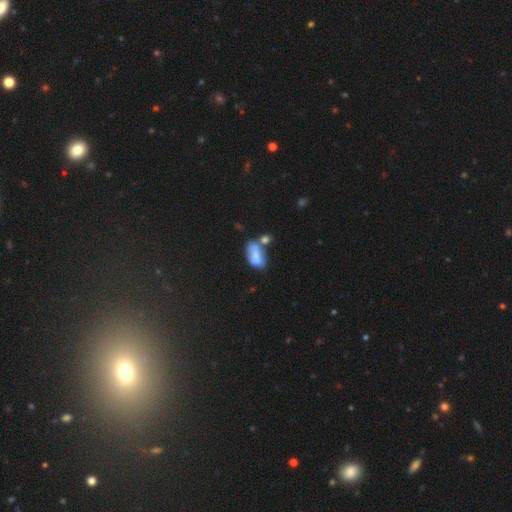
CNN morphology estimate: Smooth or featured? Predicted: smooth (p=0.67). How rounded? Predicted: in between (p=0.90). Merging? Predicted: merger (p=0.39).